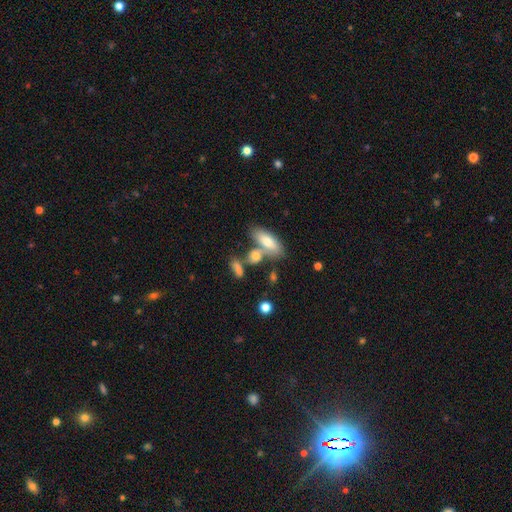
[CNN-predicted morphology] Overall: smooth (71%). How rounded: in between (71%). Merging: none (46%; merger 36%).